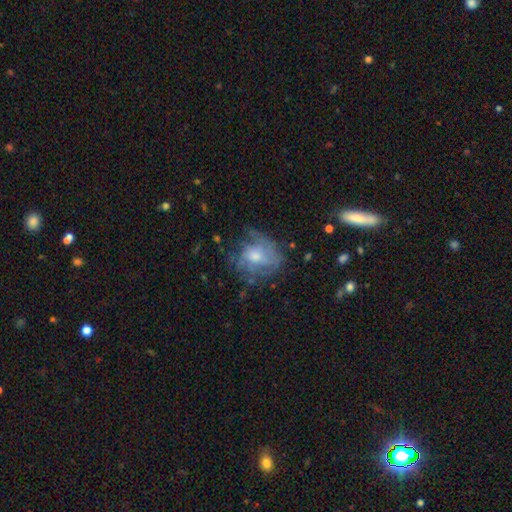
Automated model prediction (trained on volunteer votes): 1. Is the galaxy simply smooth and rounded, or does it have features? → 62% featured or disk, 28% smooth, 10% star or artifact.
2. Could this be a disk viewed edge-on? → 96% no, 4% yes.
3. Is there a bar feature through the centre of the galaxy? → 73% no, 23% weak, 4% strong.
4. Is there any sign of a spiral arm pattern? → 71% yes, 29% no.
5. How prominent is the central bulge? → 54% moderate, 32% small, 8% large, 5% none, 1% dominant.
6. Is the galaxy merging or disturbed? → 59% none, 23% minor disturbance, 17% major disturbance, 2% merger.